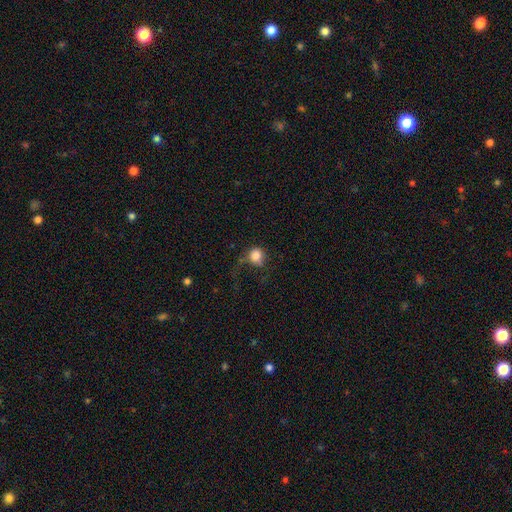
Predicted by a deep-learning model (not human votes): A smooth galaxy with no disk features (81%) that is round (85%).

Vote fractions:
- Smooth or featured? smooth: 81% / star or artifact: 10% / featured or disk: 9%
- How rounded? round: 85% / in between: 14% / cigar-shaped: 1%
- Merging? none: 42% / major disturbance: 32% / minor disturbance: 22% / merger: 4%